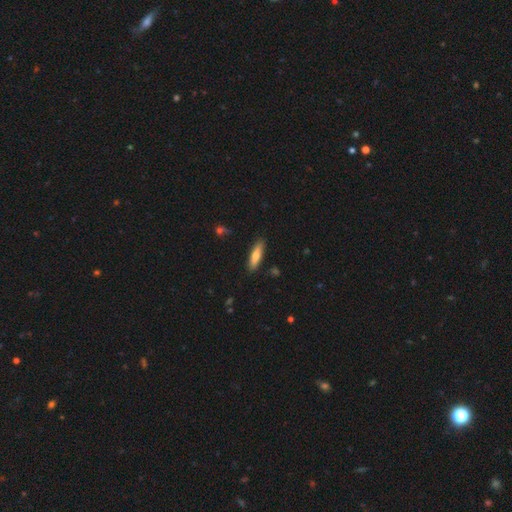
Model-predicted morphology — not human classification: type=smooth (72%); roundness=cigar-shaped (65%); merging=none (88%).